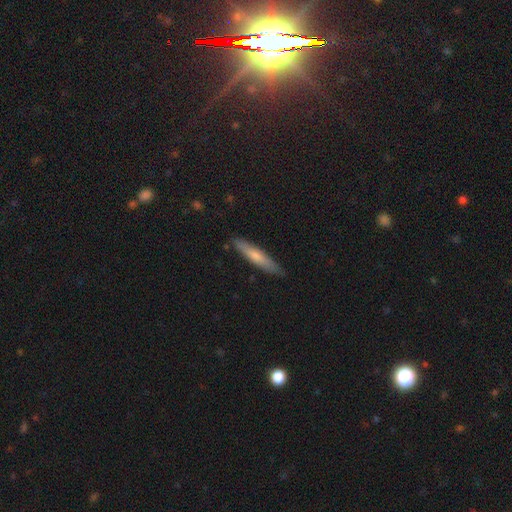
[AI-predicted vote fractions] smooth 64%, featured or disk 31%, star or artifact 5%. Down the decision tree: how rounded — cigar-shaped (90%); merging — none (86%).